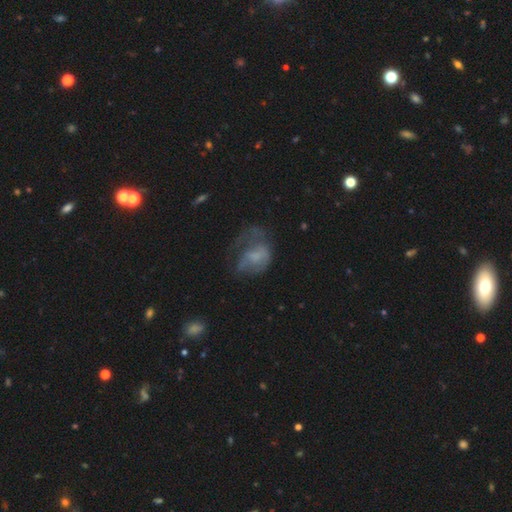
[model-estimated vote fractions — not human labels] The model was most divided on "smooth or featured": featured or disk: 45%, smooth: 43%, star or artifact: 11%. Remaining: merging — major disturbance (48%).